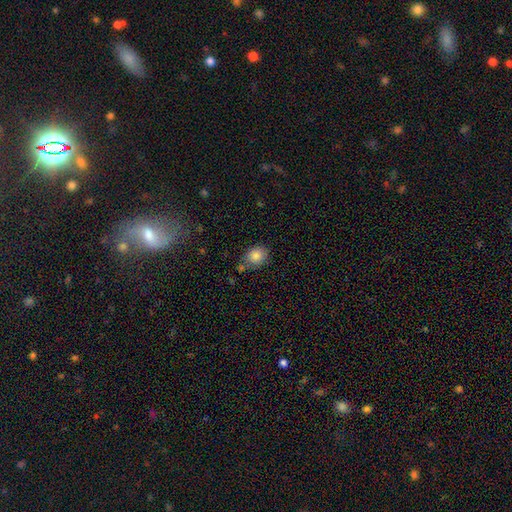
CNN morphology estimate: A smooth galaxy with no disk features (86%) that is round (56%).

Vote fractions:
- Smooth or featured? smooth: 86% / star or artifact: 9% / featured or disk: 6%
- How rounded? round: 56% / in between: 44% / cigar-shaped: 1%
- Merging? none: 69% / minor disturbance: 18% / merger: 8% / major disturbance: 4%